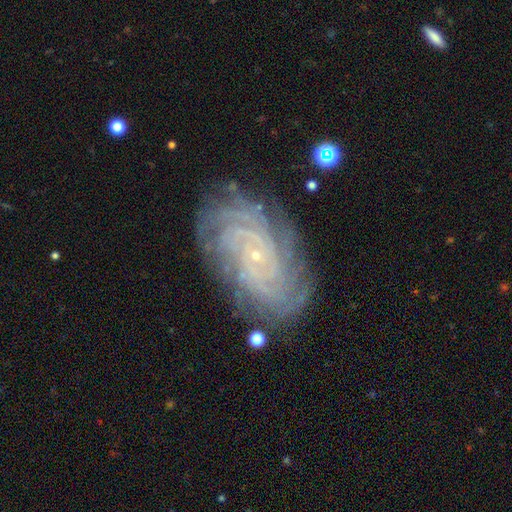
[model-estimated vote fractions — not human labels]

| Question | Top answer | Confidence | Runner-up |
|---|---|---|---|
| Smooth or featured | featured or disk | 87% | star or artifact (7%) |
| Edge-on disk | no | 96% | yes (4%) |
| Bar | no | 75% | weak (19%) |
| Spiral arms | yes | 97% | no (3%) |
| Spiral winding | tight | 79% | medium (18%) |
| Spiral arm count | can't tell | 25% | more than 4 (22%) |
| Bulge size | small | 90% | moderate (5%) |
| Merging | none | 81% | minor disturbance (14%) |